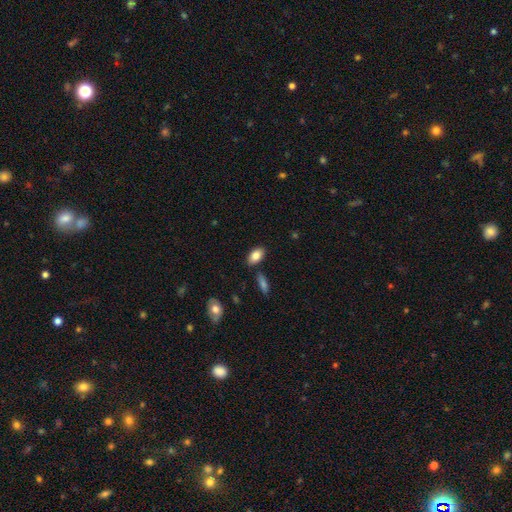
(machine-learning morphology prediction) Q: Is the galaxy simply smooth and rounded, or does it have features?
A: smooth — 83%.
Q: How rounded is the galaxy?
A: in between — 92%.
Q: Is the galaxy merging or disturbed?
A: none — 82%.